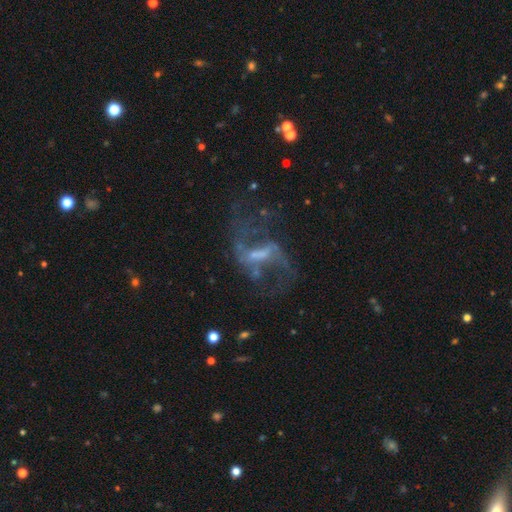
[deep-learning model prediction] smooth_or_featured: featured or disk (p=0.79) [alt: star or artifact p=0.12]
disk_edge_on: no (p=0.94) [alt: yes p=0.06]
bar: weak (p=0.45) [alt: strong p=0.41]
has_spiral_arms: yes (p=0.86) [alt: no p=0.14]
spiral_winding: loose (p=0.74) [alt: medium p=0.21]
spiral_arm_count: 2 (p=0.85) [alt: can't tell p=0.07]
bulge_size: small (p=0.42) [alt: none p=0.30]
merging: none (p=0.58) [alt: major disturbance p=0.22]